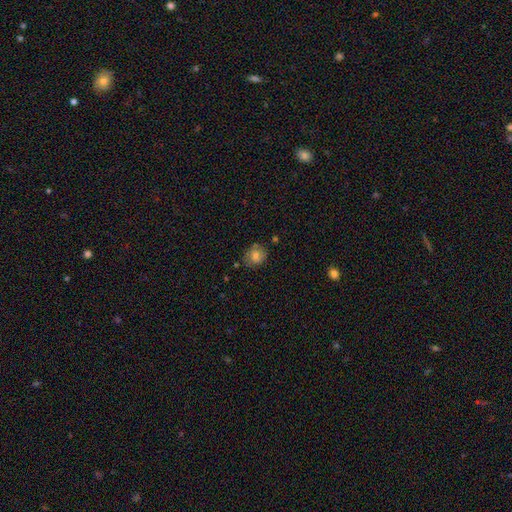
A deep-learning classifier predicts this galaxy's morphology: Smooth or featured? Predicted: smooth (p=0.77). How rounded? Predicted: round (p=0.79). Merging? Predicted: none (p=0.76).